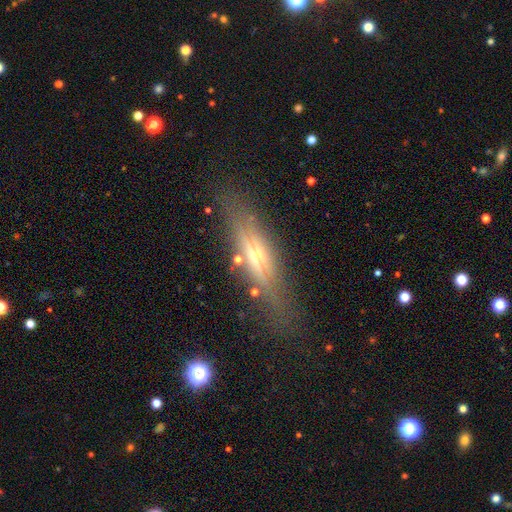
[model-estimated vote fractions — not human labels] smooth-or-featured: featured or disk: 72% | smooth: 18% | star or artifact: 10%
  disk-edge-on: yes: 92% | no: 8%
    edge-on-bulge: rounded: 80% | none: 10% | boxy: 9%
  merging: none: 77% | minor disturbance: 15% | major disturbance: 6% | merger: 2%